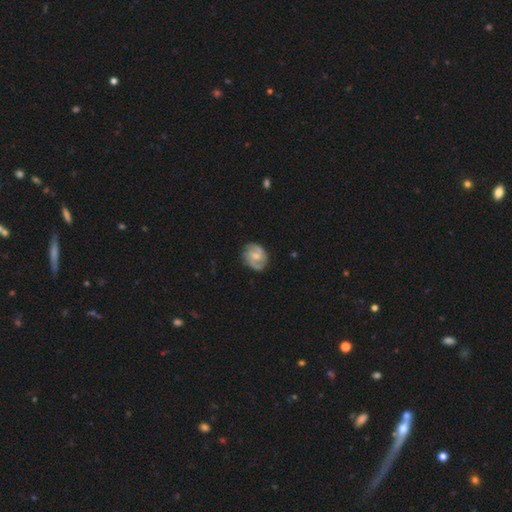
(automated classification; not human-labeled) The model was most divided on "bar": no: 46%, weak: 45%, strong: 9%. Remaining: edge-on disk — no (97%); spiral arms — yes (88%); merging — none (72%); smooth or featured — featured or disk (68%); spiral arm count — 2 (64%); spiral winding — medium (46%); bulge size — moderate (45%).